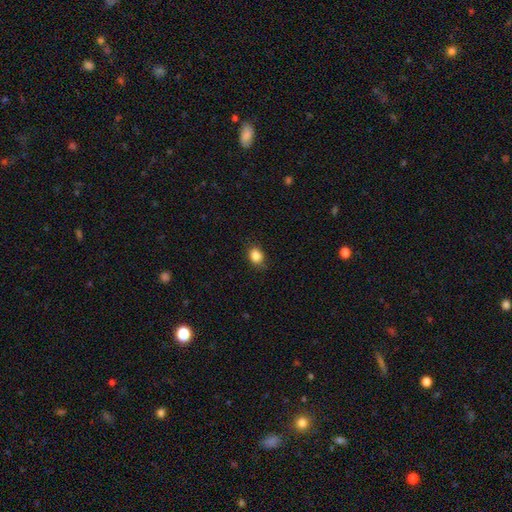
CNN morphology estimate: This is clearly a smooth galaxy (86%). How rounded: possibly round (52%). Merging: clearly none (81%).